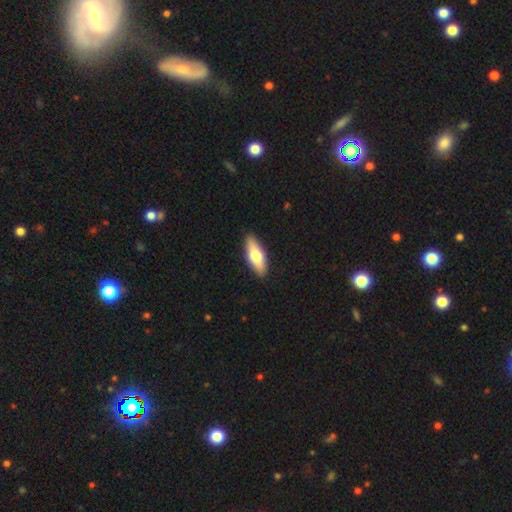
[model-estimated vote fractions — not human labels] smooth-or-featured: smooth: 63% | featured or disk: 32% | star or artifact: 5%
  how-rounded: in between: 62% | cigar-shaped: 35% | round: 3%
  merging: none: 90% | minor disturbance: 7% | major disturbance: 2% | merger: 1%